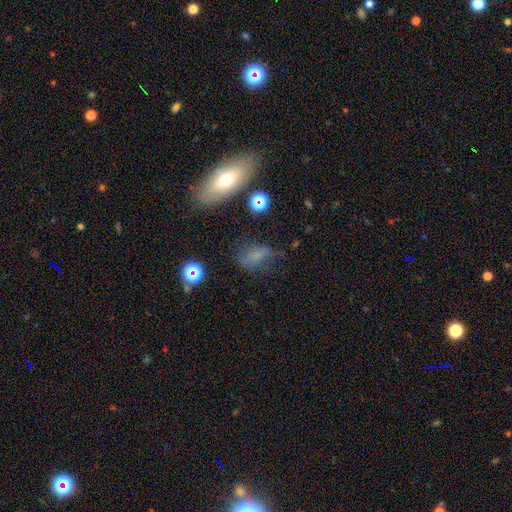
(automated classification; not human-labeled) Smooth or featured? Predicted: smooth (p=0.61). How rounded? Predicted: in between (p=0.77). Merging? Predicted: none (p=0.53).